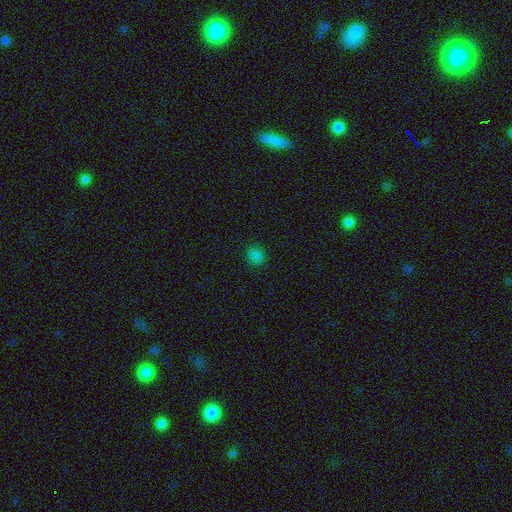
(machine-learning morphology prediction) This is clearly a smooth galaxy (82%). How rounded: likely round (75%). Merging: clearly none (90%).